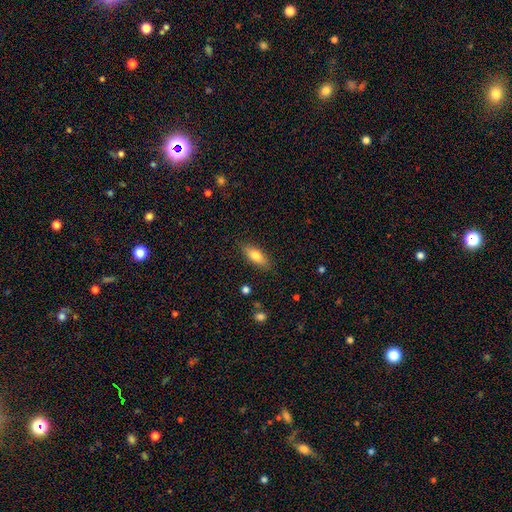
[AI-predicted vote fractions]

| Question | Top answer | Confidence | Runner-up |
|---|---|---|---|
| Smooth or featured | smooth | 71% | featured or disk (22%) |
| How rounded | in between | 64% | cigar-shaped (33%) |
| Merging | none | 85% | minor disturbance (11%) |